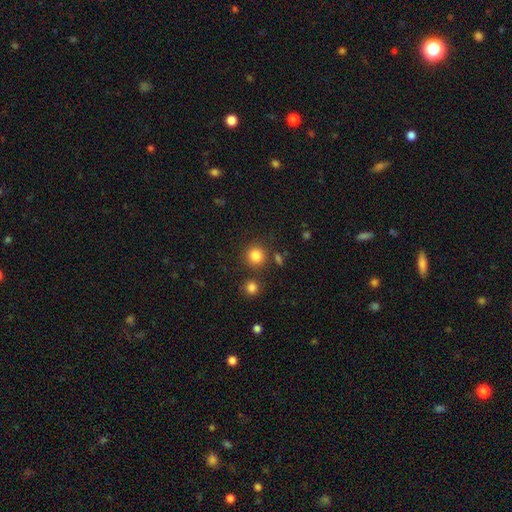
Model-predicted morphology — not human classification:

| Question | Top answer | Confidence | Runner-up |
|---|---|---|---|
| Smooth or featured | smooth | 83% | star or artifact (12%) |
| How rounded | round | 92% | in between (7%) |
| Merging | none | 83% | merger (7%) |